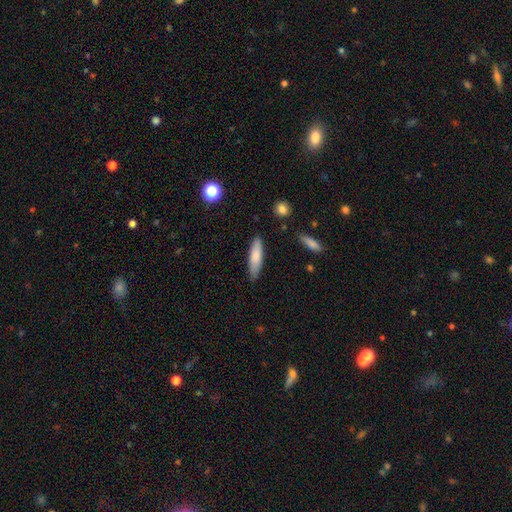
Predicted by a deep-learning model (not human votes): Smooth or featured?
  - smooth: 79% *
  - featured or disk: 15%
  - star or artifact: 6%
How rounded?
  - cigar-shaped: 64% *
  - in between: 35%
  - round: 2%
Merging?
  - none: 82% *
  - minor disturbance: 14%
  - major disturbance: 2%
  - merger: 2%